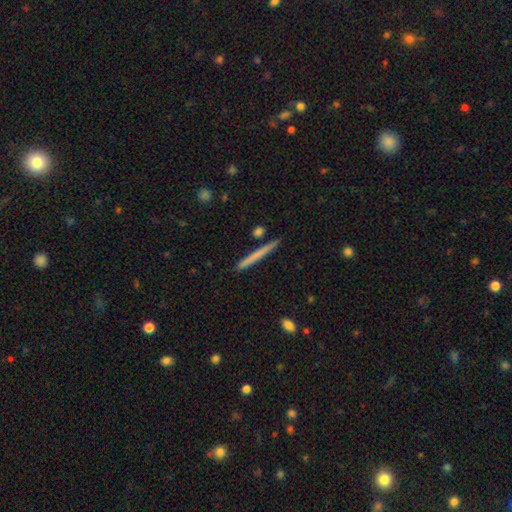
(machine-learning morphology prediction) smooth 61%, featured or disk 34%, star or artifact 6%. Down the decision tree: how rounded — cigar-shaped (97%); merging — none (90%).